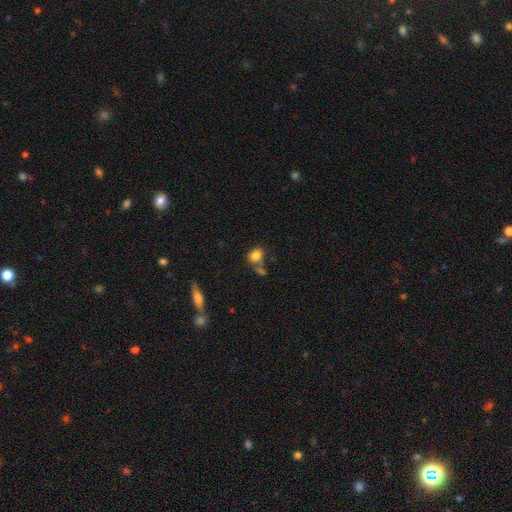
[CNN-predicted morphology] smooth 82%, star or artifact 10%, featured or disk 8%. Down the decision tree: how rounded — round (50%); merging — none (57%).